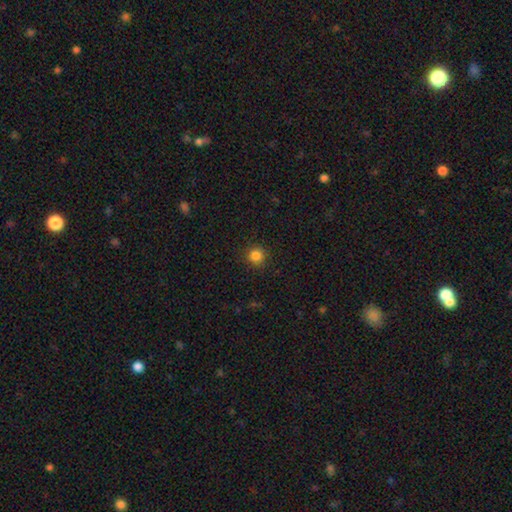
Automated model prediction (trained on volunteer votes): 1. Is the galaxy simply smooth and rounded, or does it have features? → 84% smooth, 12% star or artifact, 4% featured or disk.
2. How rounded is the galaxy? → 94% round, 5% in between, 1% cigar-shaped.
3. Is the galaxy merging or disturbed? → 90% none, 6% minor disturbance, 2% major disturbance, 1% merger.